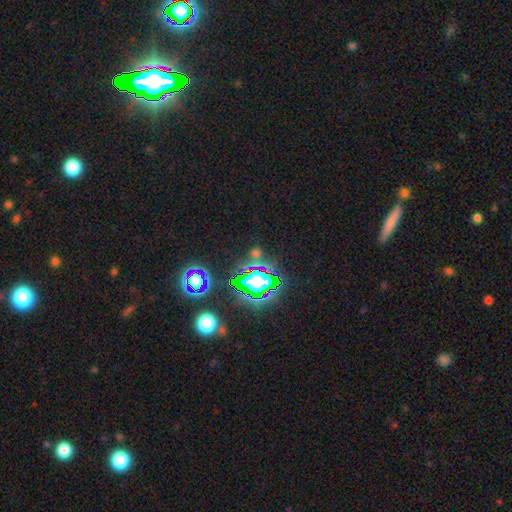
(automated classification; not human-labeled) Smooth or featured?
  - star or artifact: 70% *
  - smooth: 19%
  - featured or disk: 11%